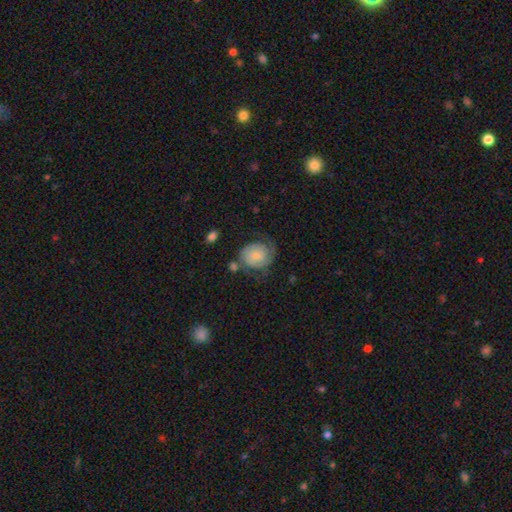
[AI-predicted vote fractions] This appears to be a featured or disk galaxy (52%) with no bar (76%), spiral arms (87%) and a small central bulge (62%). Merging: none (50%).